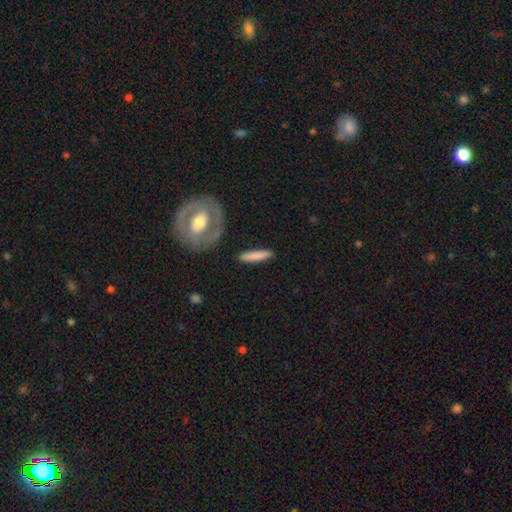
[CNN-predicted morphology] A smooth galaxy with no disk features (80%) that is cigar-shaped (87%). Merging: none (86%).